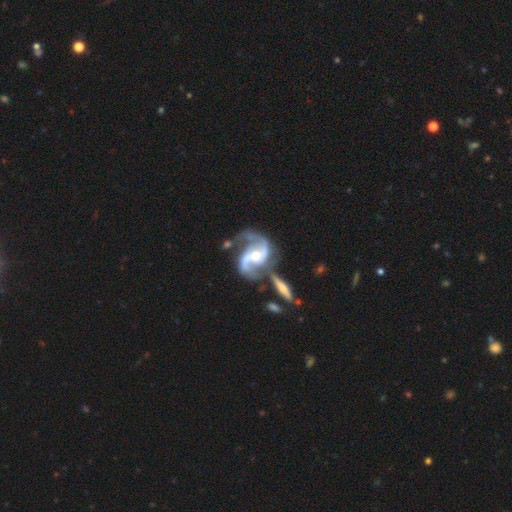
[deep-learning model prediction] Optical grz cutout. It shows a featured or disk galaxy (91%) with no bar (43%), 2 (91%) medium (55%) spiral arms (98%) and a moderate central bulge (63%). Merging: none (49%).